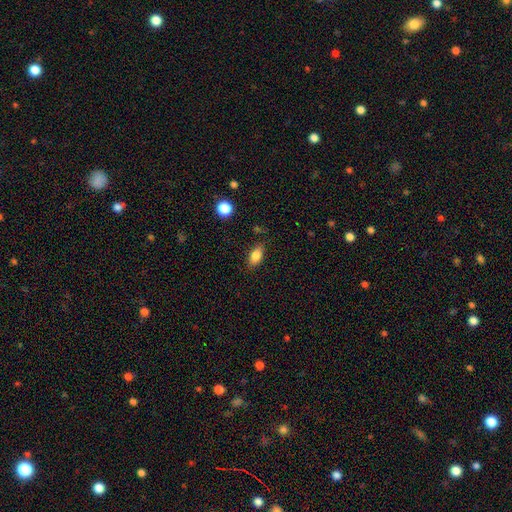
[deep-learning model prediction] Smooth or featured?
  - smooth: 84% *
  - star or artifact: 9%
  - featured or disk: 8%
How rounded?
  - in between: 86% *
  - round: 8%
  - cigar-shaped: 6%
Merging?
  - none: 81% *
  - minor disturbance: 14%
  - major disturbance: 3%
  - merger: 2%